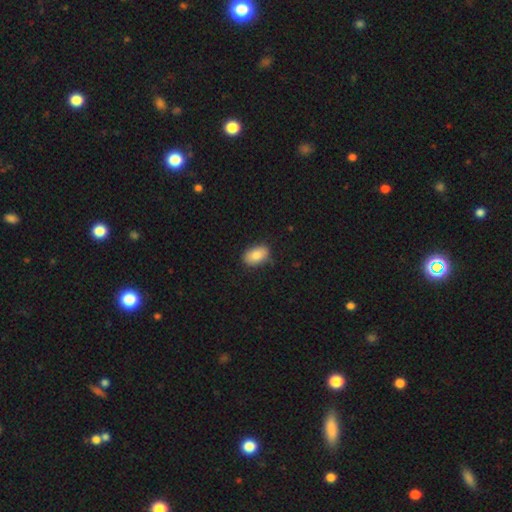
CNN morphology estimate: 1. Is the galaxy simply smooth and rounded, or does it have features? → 85% smooth, 8% featured or disk, 7% star or artifact.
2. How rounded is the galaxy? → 89% in between, 10% round, 1% cigar-shaped.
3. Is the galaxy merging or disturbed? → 82% none, 14% minor disturbance, 3% major disturbance, 1% merger.